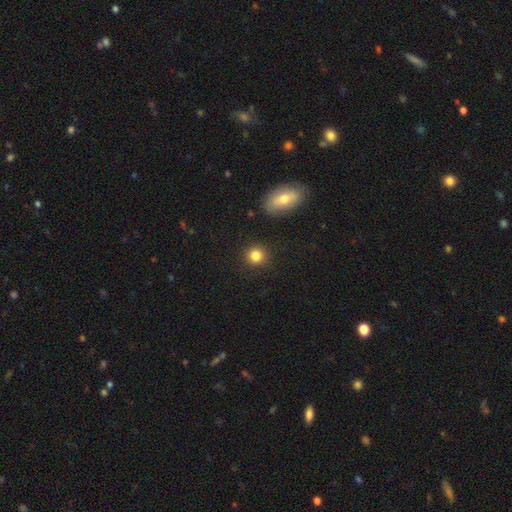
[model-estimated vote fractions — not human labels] A smooth galaxy with no disk features (84%) that is round (88%). Merging: none (89%).